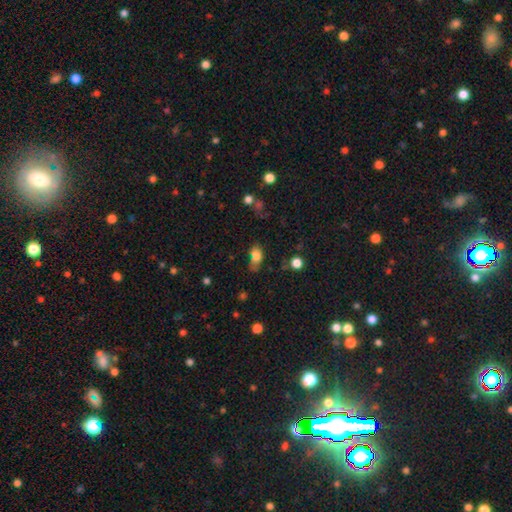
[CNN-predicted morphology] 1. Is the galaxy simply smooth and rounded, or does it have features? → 77% smooth, 12% star or artifact, 11% featured or disk.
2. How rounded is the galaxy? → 78% in between, 18% round, 4% cigar-shaped.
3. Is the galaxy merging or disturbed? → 44% none, 31% minor disturbance, 17% major disturbance, 9% merger.